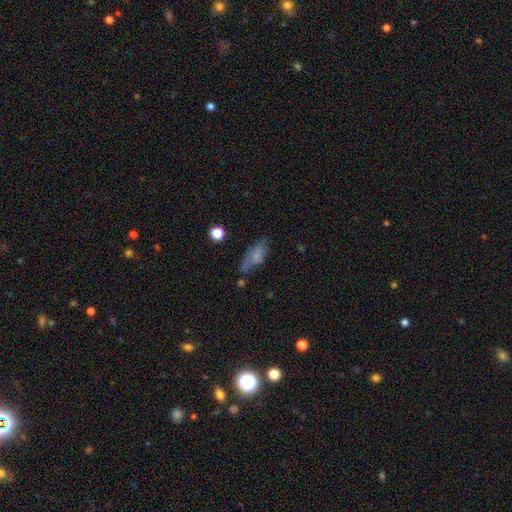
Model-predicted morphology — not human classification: Smooth or featured? smooth (56%)
How rounded? in between (69%)
Merging? none (47%)